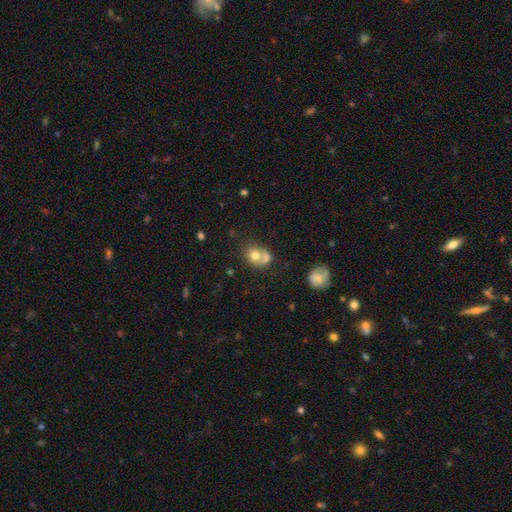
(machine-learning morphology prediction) Smooth or featured?
  - smooth: 72% *
  - featured or disk: 18%
  - star or artifact: 10%
How rounded?
  - round: 64% *
  - in between: 35%
  - cigar-shaped: 1%
Merging?
  - merger: 53% *
  - none: 31%
  - minor disturbance: 10%
  - major disturbance: 6%